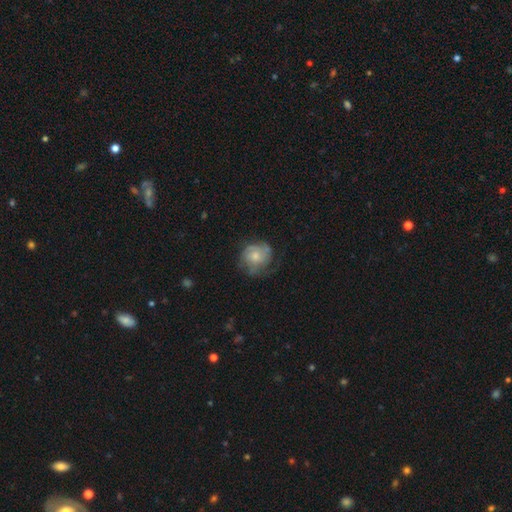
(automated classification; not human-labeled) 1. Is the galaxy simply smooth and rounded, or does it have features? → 48% smooth, 44% featured or disk, 8% star or artifact.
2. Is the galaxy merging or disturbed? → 56% none, 27% minor disturbance, 16% major disturbance, 2% merger.